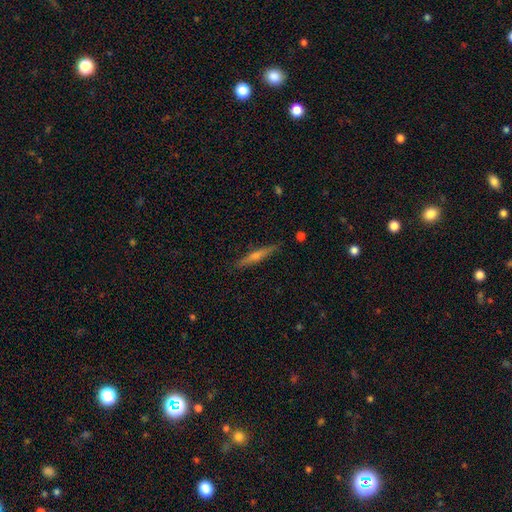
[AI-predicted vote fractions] A featured or disk galaxy (64%) viewed edge-on (97%) with a rounded central bulge (81%). Merging: none (90%).